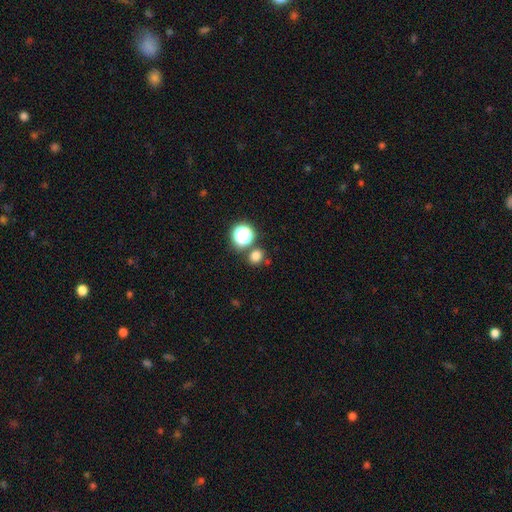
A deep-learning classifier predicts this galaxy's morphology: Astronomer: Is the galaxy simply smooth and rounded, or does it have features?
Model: smooth — 74%.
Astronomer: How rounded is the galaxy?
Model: round — 76%.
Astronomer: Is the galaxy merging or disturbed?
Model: none — 75%.